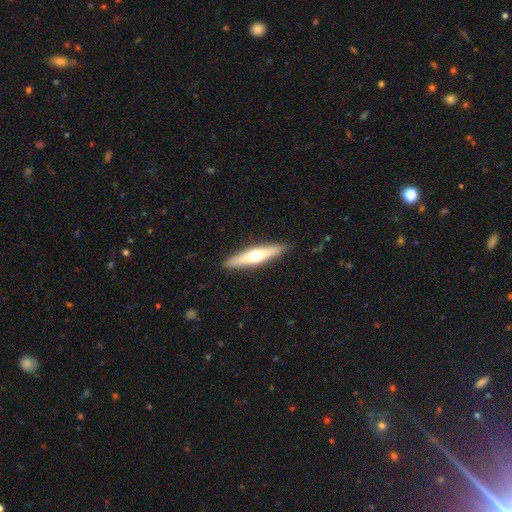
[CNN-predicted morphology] Smooth or featured? featured or disk (49%)
Merging? none (90%)